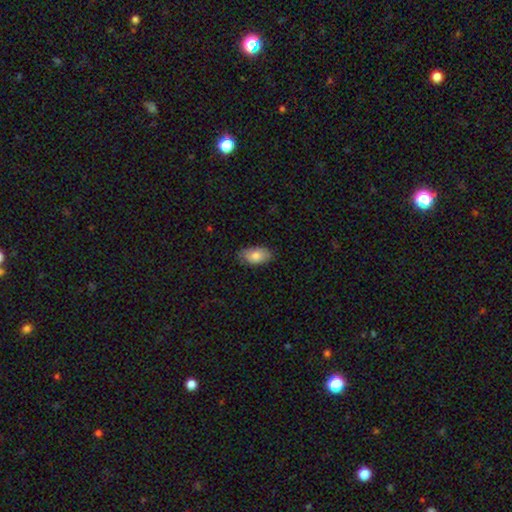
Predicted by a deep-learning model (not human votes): Overall: smooth (80%). How rounded: in between (93%). Merging: none (80%).